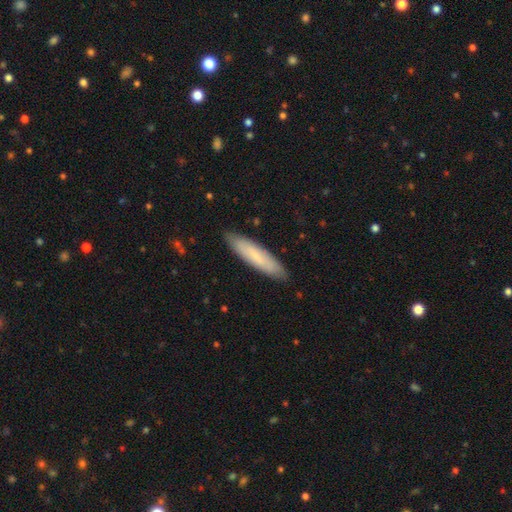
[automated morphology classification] A smooth galaxy with no disk features (73%) that is cigar-shaped (78%).

Vote fractions:
- Smooth or featured? smooth: 73% / featured or disk: 21% / star or artifact: 6%
- How rounded? cigar-shaped: 78% / in between: 21% / round: 1%
- Merging? none: 88% / minor disturbance: 10% / major disturbance: 2% / merger: 1%